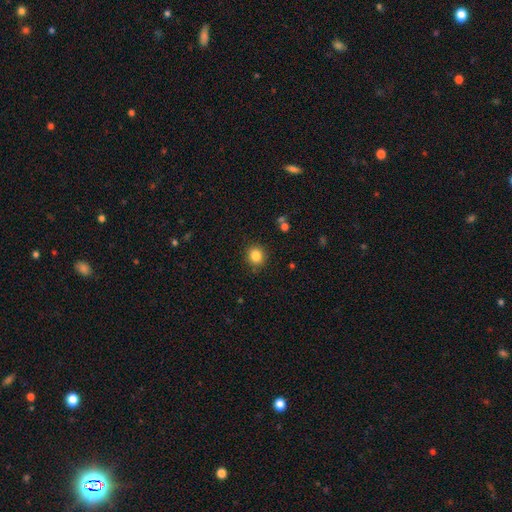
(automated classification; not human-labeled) smooth_or_featured: smooth (p=0.84) [alt: star or artifact p=0.11]
how_rounded: round (p=0.87) [alt: in between p=0.12]
merging: none (p=0.88) [alt: minor disturbance p=0.08]